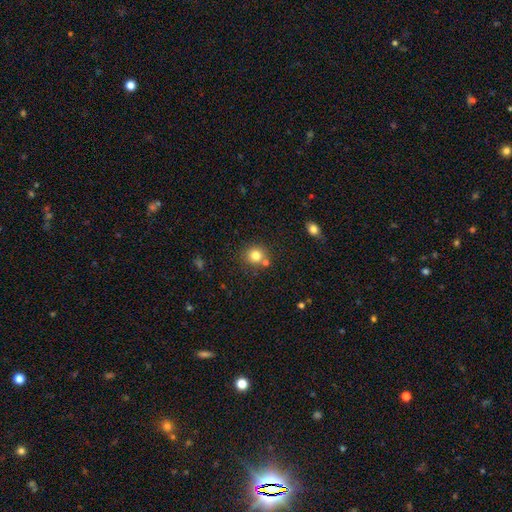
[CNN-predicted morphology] The model was most divided on "merging": none: 73%, merger: 15%, minor disturbance: 9%, major disturbance: 3%. More confident: how rounded — round (89%); smooth or featured — smooth (79%).